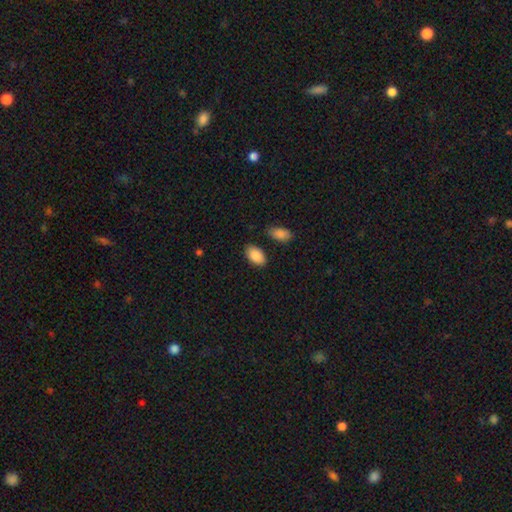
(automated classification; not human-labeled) Overall: smooth (89%). How rounded: in between (94%). Merging: none (82%).